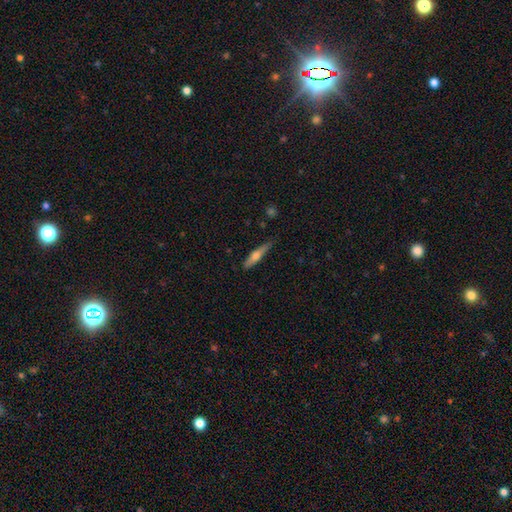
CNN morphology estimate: Smooth or featured: smooth — 49% (featured or disk — 44%)
Merging: none — 79% (minor disturbance — 17%)